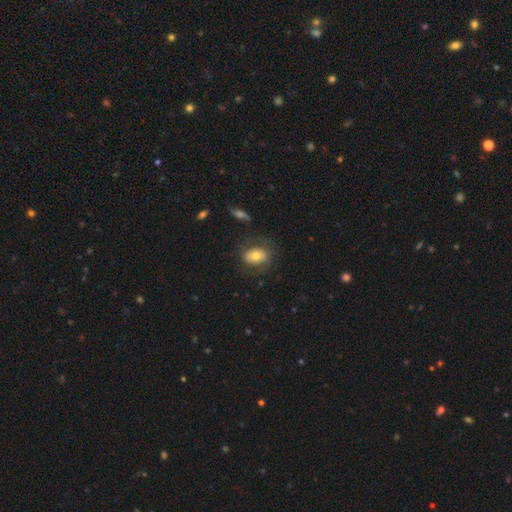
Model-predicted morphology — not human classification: Smooth or featured?
  - smooth: 61% *
  - featured or disk: 31%
  - star or artifact: 8%
How rounded?
  - in between: 62% *
  - round: 36%
  - cigar-shaped: 1%
Merging?
  - none: 68% *
  - minor disturbance: 17%
  - major disturbance: 12%
  - merger: 2%